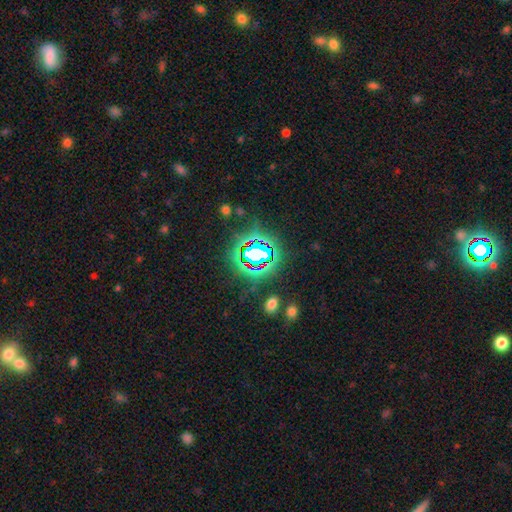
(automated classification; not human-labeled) smooth_or_featured: star or artifact (p=0.74) [alt: smooth p=0.16]